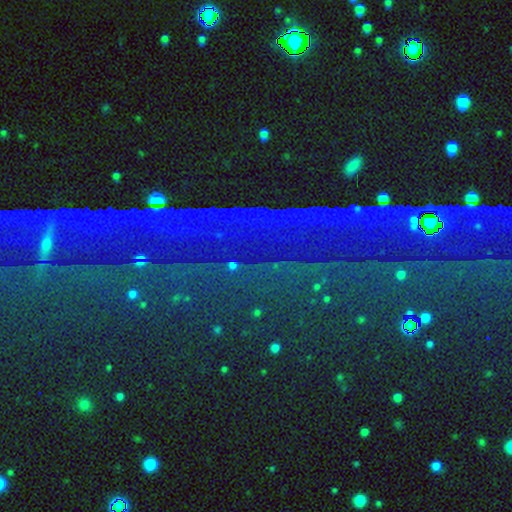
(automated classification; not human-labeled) Overall: star or artifact (84%).